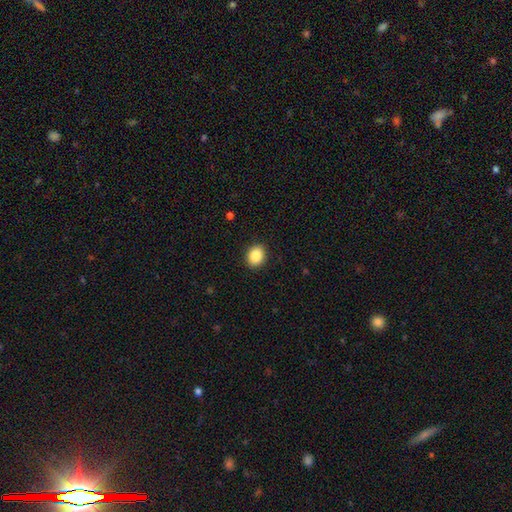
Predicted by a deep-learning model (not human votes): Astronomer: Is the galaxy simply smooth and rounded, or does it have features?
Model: smooth — 87%.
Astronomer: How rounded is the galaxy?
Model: round — 56% (runner-up: in between, 43%).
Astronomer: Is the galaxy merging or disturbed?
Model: none — 91%.